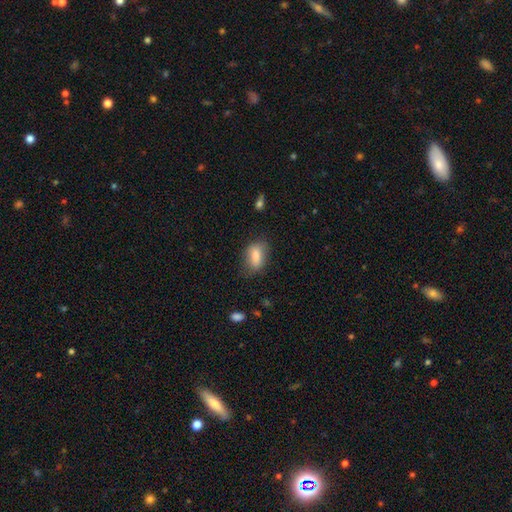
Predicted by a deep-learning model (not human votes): smooth_or_featured: smooth (p=0.82) [alt: featured or disk p=0.11]
how_rounded: in between (p=0.84) [alt: round p=0.10]
merging: none (p=0.69) [alt: minor disturbance p=0.22]